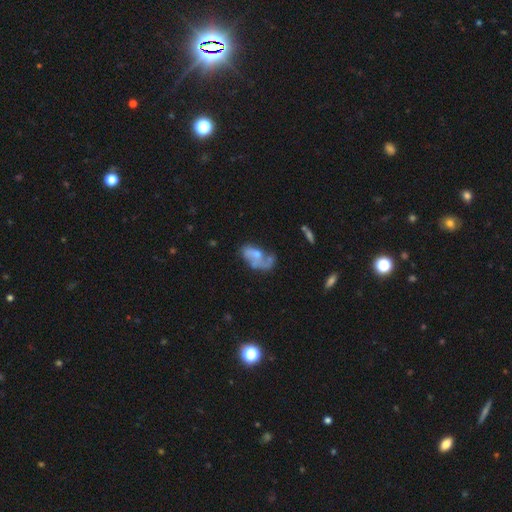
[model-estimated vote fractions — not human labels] Smooth or featured?
  - featured or disk: 46% *
  - smooth: 44%
  - star or artifact: 9%
Merging?
  - major disturbance: 34% *
  - none: 25%
  - merger: 22%
  - minor disturbance: 19%